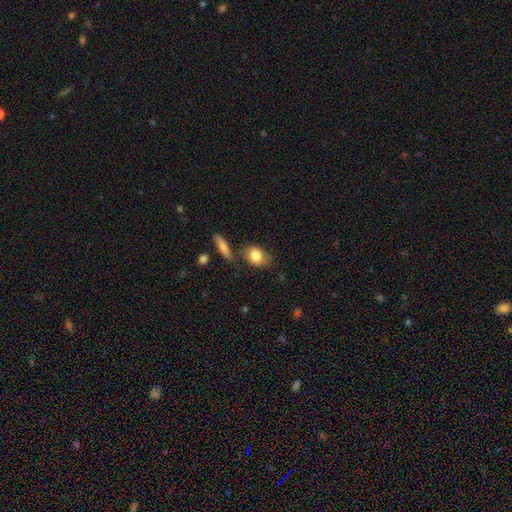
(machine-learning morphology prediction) smooth 81%, featured or disk 11%, star or artifact 7%. Down the decision tree: how rounded — in between (72%); merging — none (67%).